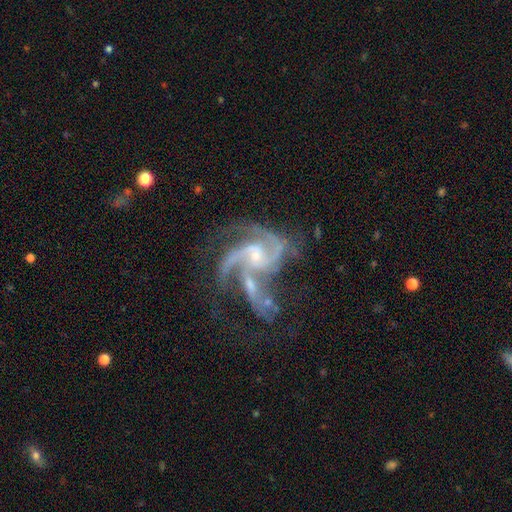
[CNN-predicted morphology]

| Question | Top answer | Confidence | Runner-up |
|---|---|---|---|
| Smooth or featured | featured or disk | 91% | star or artifact (6%) |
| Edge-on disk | no | 98% | yes (2%) |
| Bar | no | 53% | weak (35%) |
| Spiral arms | yes | 98% | no (2%) |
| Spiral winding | medium | 56% | loose (22%) |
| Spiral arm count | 3 | 47% | 2 (32%) |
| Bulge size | small | 66% | moderate (27%) |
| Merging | merger | 39% | none (26%) |